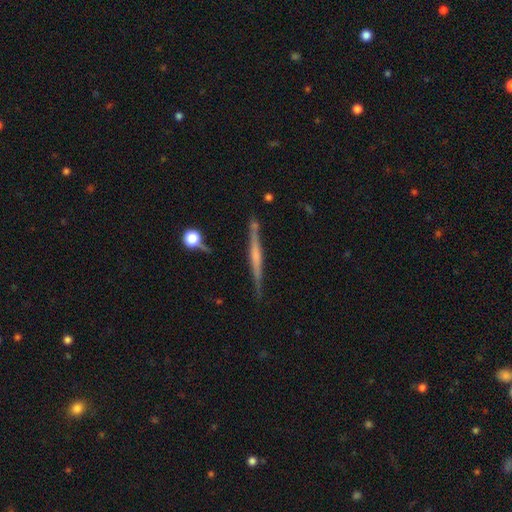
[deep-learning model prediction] Overall: featured or disk (67%; smooth 27%). Edge-on disk: yes (97%). Edge-on bulge: none (45%; rounded 36%). Merging: none (84%).